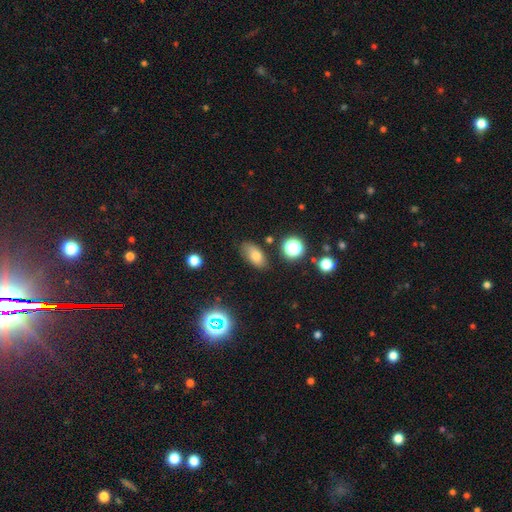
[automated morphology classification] Smooth or featured? smooth (75%)
How rounded? in between (88%)
Merging? none (79%)